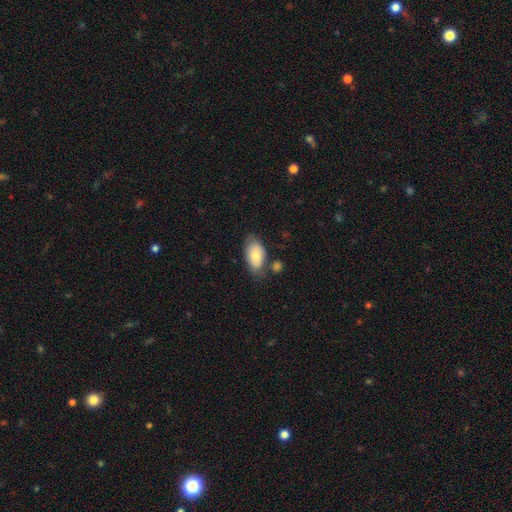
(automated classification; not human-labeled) Smooth or featured? smooth (75%)
How rounded? in between (93%)
Merging? none (62%)